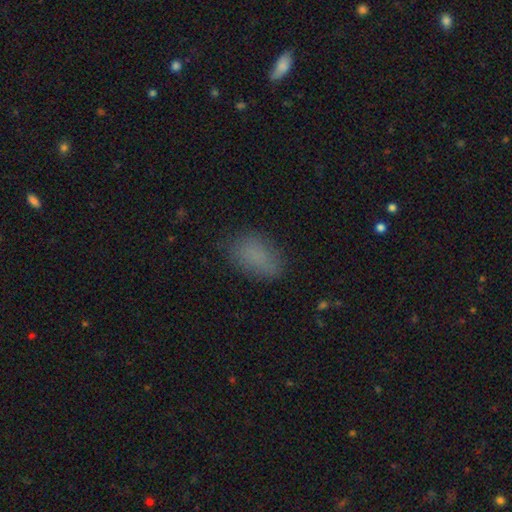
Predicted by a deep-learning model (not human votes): A smooth galaxy with no disk features (82%) that is in between round and cigar-shaped (90%).

Vote fractions:
- Smooth or featured? smooth: 82% / star or artifact: 11% / featured or disk: 7%
- How rounded? in between: 90% / round: 8% / cigar-shaped: 2%
- Merging? none: 77% / minor disturbance: 17% / major disturbance: 5% / merger: 1%